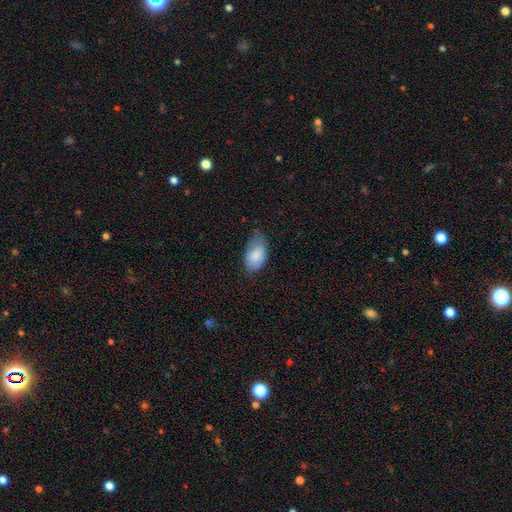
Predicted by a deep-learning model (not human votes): Overall: smooth (83%). How rounded: in between (94%). Merging: none (53%; minor disturbance 37%).